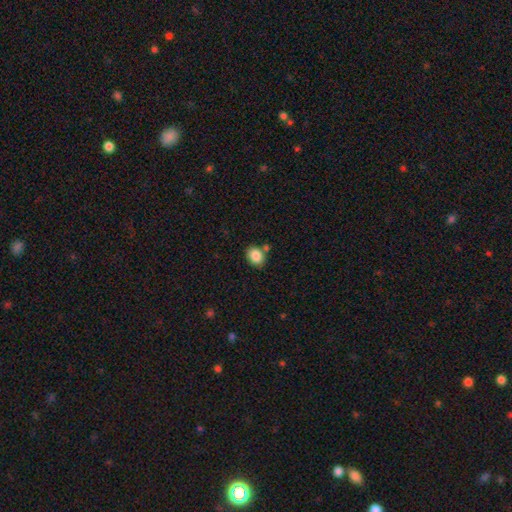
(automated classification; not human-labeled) Smooth or featured?
  - smooth: 87% *
  - star or artifact: 8%
  - featured or disk: 5%
How rounded?
  - in between: 59% *
  - round: 40%
  - cigar-shaped: 1%
Merging?
  - none: 72% *
  - minor disturbance: 13%
  - merger: 12%
  - major disturbance: 3%